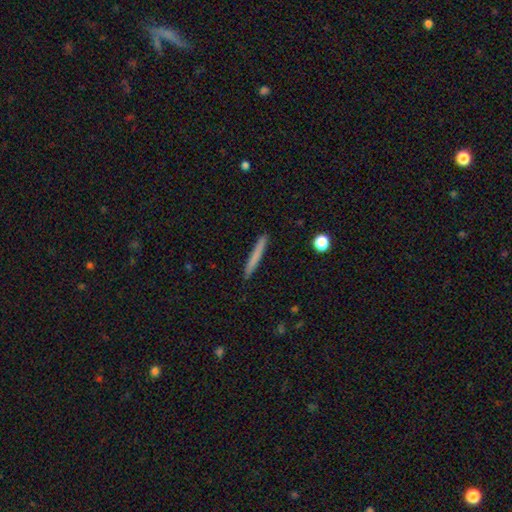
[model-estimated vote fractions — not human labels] Q: Smooth or featured?
A: smooth (72%); runner-up: featured or disk (22%)
Q: How rounded?
A: cigar-shaped (97%); runner-up: in between (2%)
Q: Merging?
A: none (91%); runner-up: minor disturbance (6%)